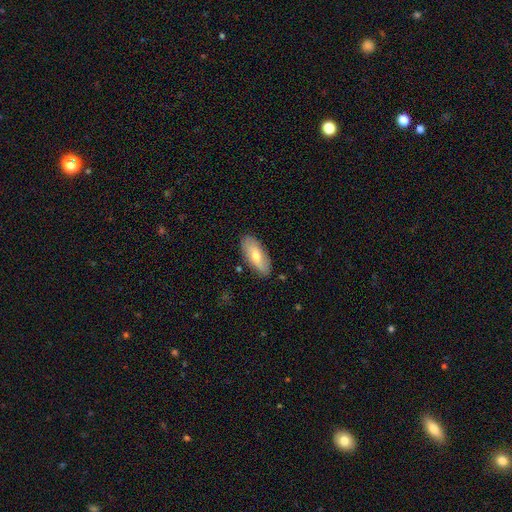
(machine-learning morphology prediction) Smooth or featured? smooth (65%)
How rounded? in between (85%)
Merging? none (84%)